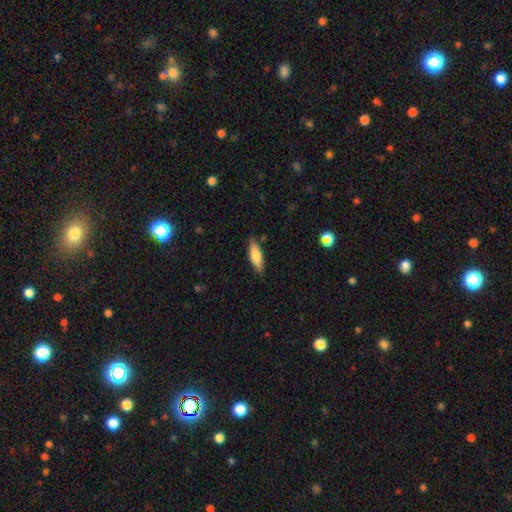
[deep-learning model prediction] Smooth or featured?
  - smooth: 75% *
  - featured or disk: 19%
  - star or artifact: 6%
How rounded?
  - in between: 50% *
  - cigar-shaped: 48%
  - round: 2%
Merging?
  - none: 85% *
  - minor disturbance: 12%
  - major disturbance: 2%
  - merger: 2%